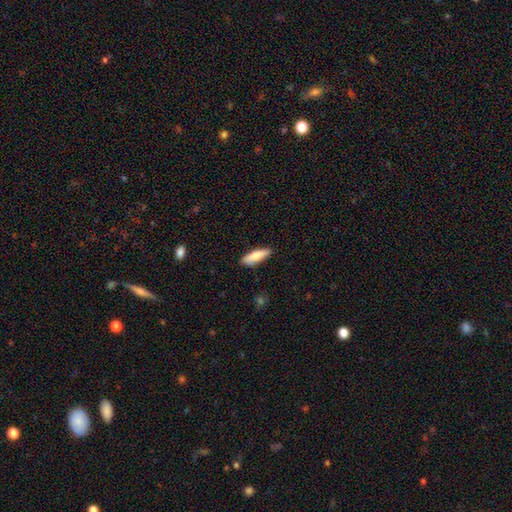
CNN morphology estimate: Smooth or featured: smooth — 79% (featured or disk — 16%)
How rounded: cigar-shaped — 55% (in between — 43%)
Merging: none — 86% (minor disturbance — 11%)